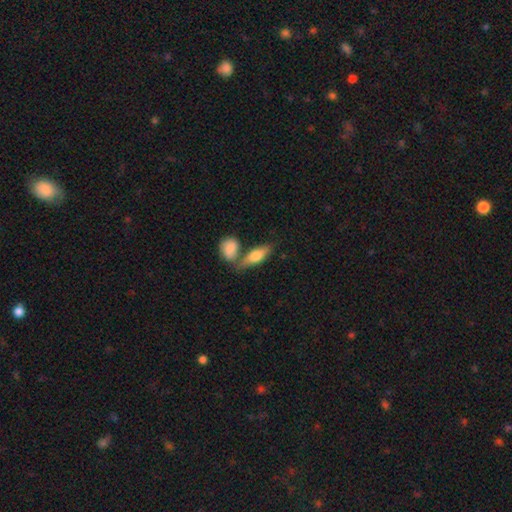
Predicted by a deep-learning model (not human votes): Smooth or featured?
  - smooth: 72% *
  - featured or disk: 22%
  - star or artifact: 6%
How rounded?
  - in between: 68% *
  - cigar-shaped: 27%
  - round: 5%
Merging?
  - none: 48% *
  - merger: 33%
  - minor disturbance: 13%
  - major disturbance: 5%